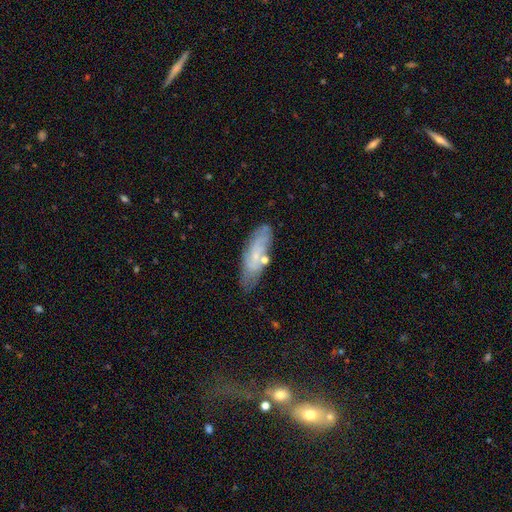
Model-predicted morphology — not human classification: A featured or disk galaxy (47%).

Vote fractions:
- Smooth or featured? featured or disk: 47% / smooth: 43% / star or artifact: 10%
- Merging? none: 70% / minor disturbance: 20% / merger: 5% / major disturbance: 5%